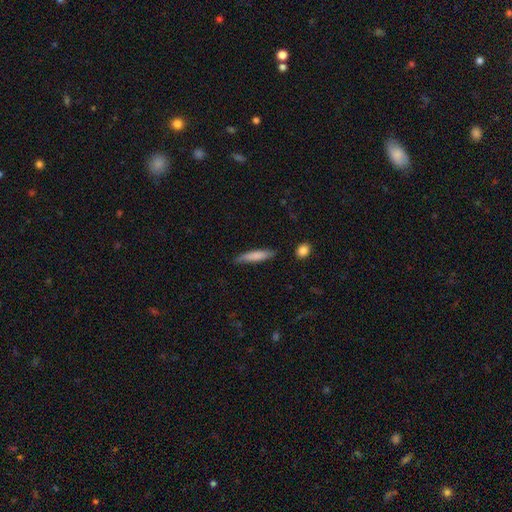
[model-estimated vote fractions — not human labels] This is likely a smooth galaxy (76%). How rounded: clearly cigar-shaped (86%). Merging: likely none (77%).